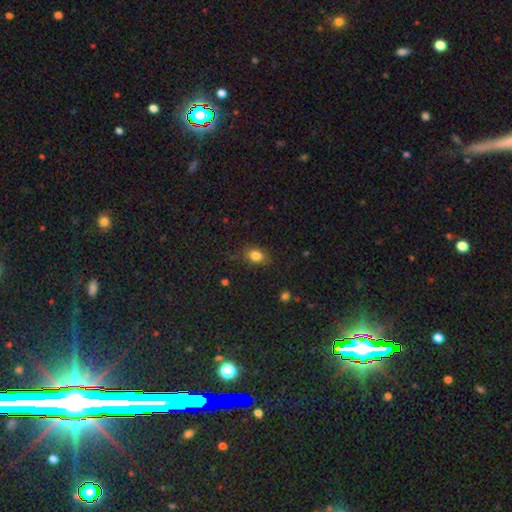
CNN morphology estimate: A smooth galaxy with no disk features (83%) that is in between round and cigar-shaped (69%).

Vote fractions:
- Smooth or featured? smooth: 83% / star or artifact: 11% / featured or disk: 7%
- How rounded? in between: 69% / round: 30% / cigar-shaped: 1%
- Merging? none: 81% / minor disturbance: 14% / major disturbance: 3% / merger: 1%